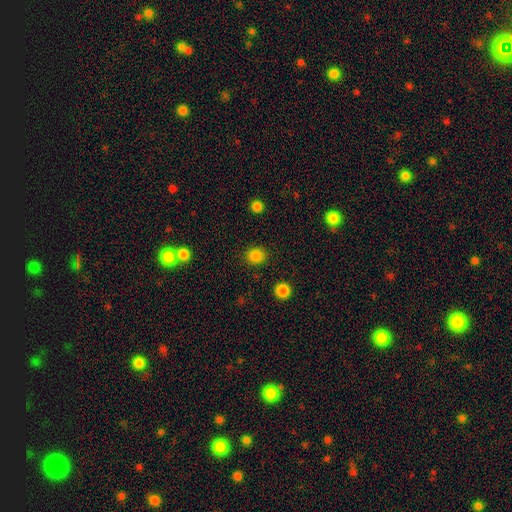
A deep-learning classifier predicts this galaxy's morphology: This is clearly a smooth galaxy (85%). How rounded: clearly round (85%). Merging: clearly none (90%).